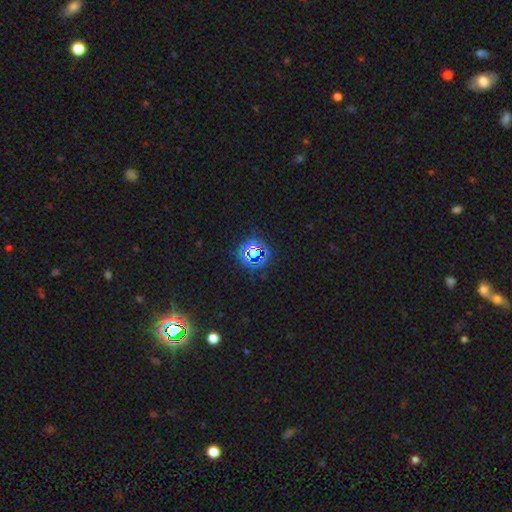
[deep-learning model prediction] smooth-or-featured: star or artifact: 73% | smooth: 19% | featured or disk: 9%